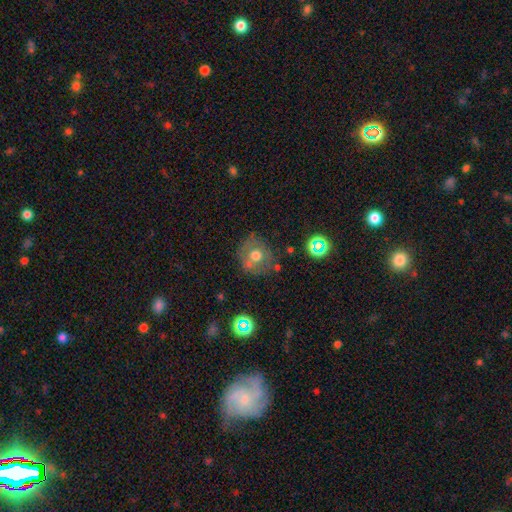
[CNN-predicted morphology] A smooth galaxy with no disk features (54%) that is round (84%). Merging: none (66%).